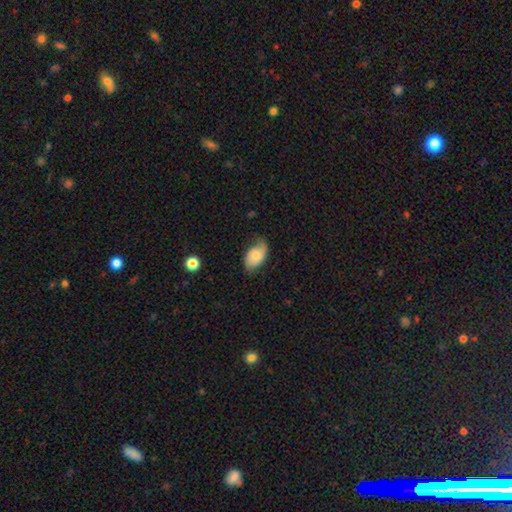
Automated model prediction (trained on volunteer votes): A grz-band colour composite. It shows a smooth galaxy with no disk features (68%) that is in between round and cigar-shaped (92%). Merging: none (57%).